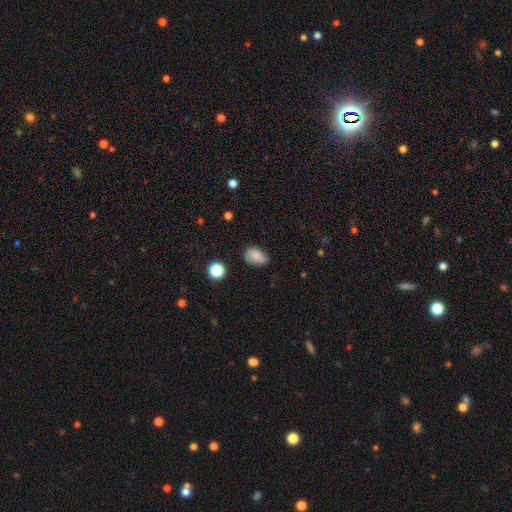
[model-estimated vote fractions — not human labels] Smooth or featured?
  - smooth: 74% *
  - featured or disk: 15%
  - star or artifact: 10%
How rounded?
  - in between: 81% *
  - round: 17%
  - cigar-shaped: 2%
Merging?
  - none: 58% *
  - minor disturbance: 32%
  - major disturbance: 8%
  - merger: 2%